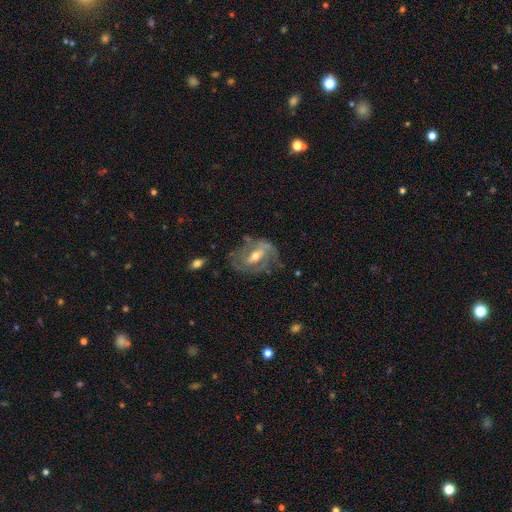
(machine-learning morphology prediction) Smooth or featured? featured or disk (82%)
Edge-on disk? no (95%)
Bar? weak (45%)
Spiral arms? yes (86%)
Spiral winding? medium (42%)
Spiral arm count? 2 (49%)
Bulge size? moderate (66%)
Merging? none (60%)